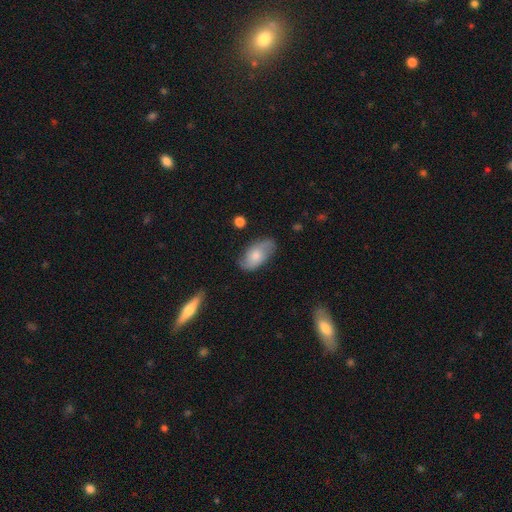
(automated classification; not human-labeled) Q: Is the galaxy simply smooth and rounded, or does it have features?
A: smooth — 60%.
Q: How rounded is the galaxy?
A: in between — 93%.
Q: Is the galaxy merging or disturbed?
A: none — 70%.